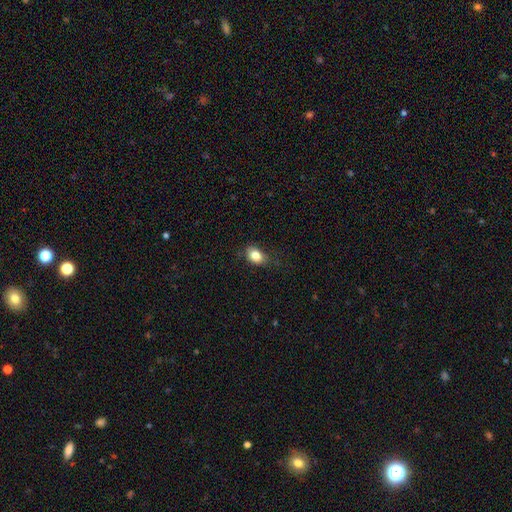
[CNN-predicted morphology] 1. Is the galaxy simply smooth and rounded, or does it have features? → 83% smooth, 9% star or artifact, 8% featured or disk.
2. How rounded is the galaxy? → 74% in between, 24% round, 1% cigar-shaped.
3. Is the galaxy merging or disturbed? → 74% none, 19% minor disturbance, 5% major disturbance, 1% merger.